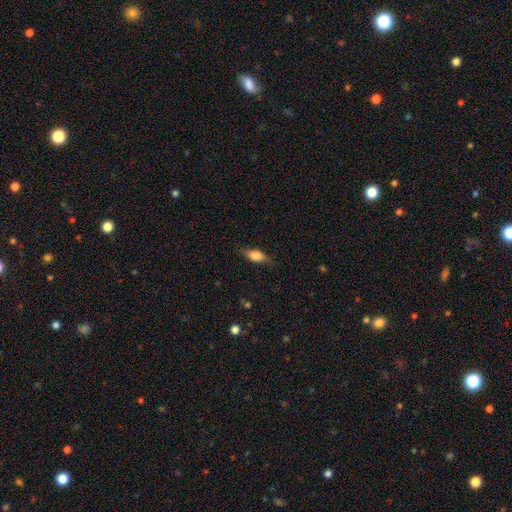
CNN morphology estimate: This is likely a smooth galaxy (77%). How rounded: clearly in between (81%). Merging: likely none (75%).